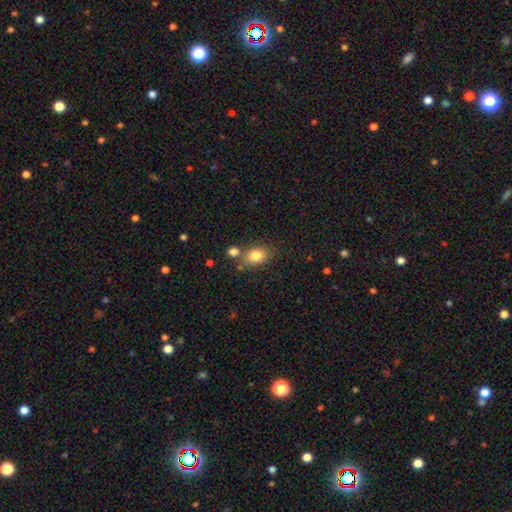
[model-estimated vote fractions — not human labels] Smooth or featured? Predicted: smooth (p=0.82). How rounded? Predicted: in between (p=0.65). Merging? Predicted: none (p=0.65).